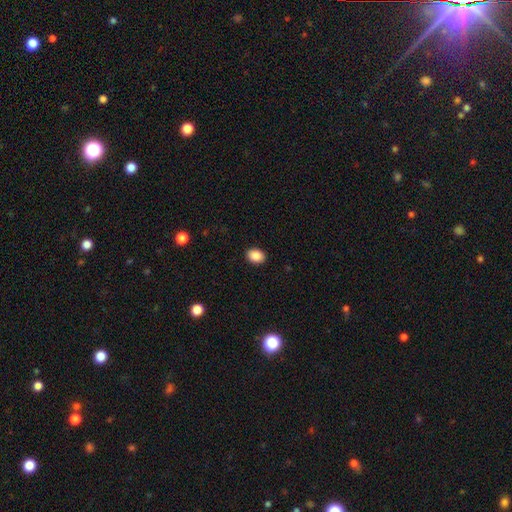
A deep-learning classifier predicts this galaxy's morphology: The model was most divided on "how rounded": in between: 63%, round: 36%, cigar-shaped: 1%. More confident: merging — none (91%); smooth or featured — smooth (89%).